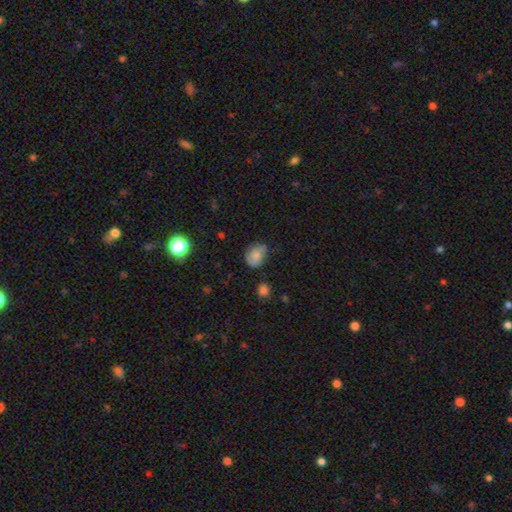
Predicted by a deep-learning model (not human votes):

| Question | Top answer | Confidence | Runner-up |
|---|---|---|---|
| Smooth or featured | smooth | 70% | featured or disk (20%) |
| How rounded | in between | 67% | round (32%) |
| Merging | none | 57% | minor disturbance (33%) |